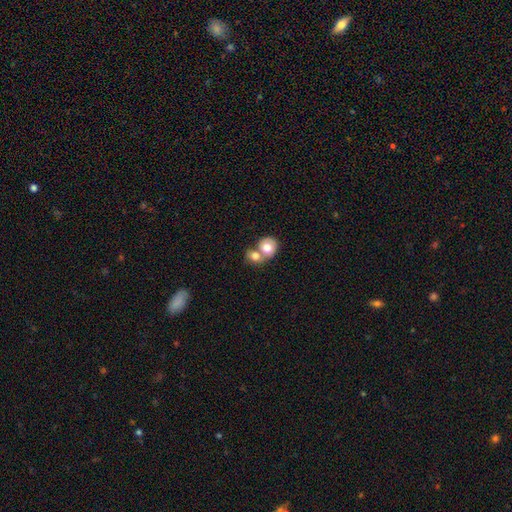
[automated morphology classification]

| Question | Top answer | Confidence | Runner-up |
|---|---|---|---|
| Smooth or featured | smooth | 74% | featured or disk (19%) |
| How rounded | round | 68% | in between (31%) |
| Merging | merger | 66% | none (25%) |